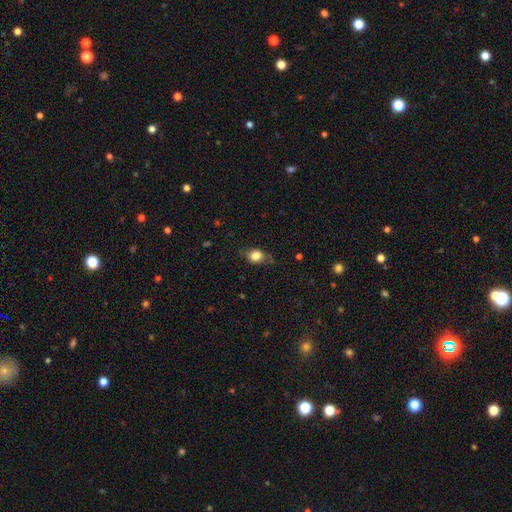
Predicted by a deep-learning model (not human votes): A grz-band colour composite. It shows a smooth galaxy with no disk features (81%) that is round (51%). Merging: none (72%).